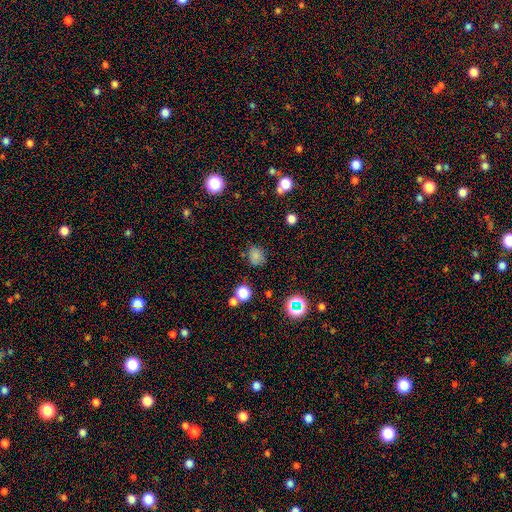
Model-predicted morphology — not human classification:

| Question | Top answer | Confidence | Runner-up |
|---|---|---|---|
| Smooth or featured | smooth | 75% | star or artifact (19%) |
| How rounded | round | 61% | in between (38%) |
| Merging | none | 73% | minor disturbance (18%) |